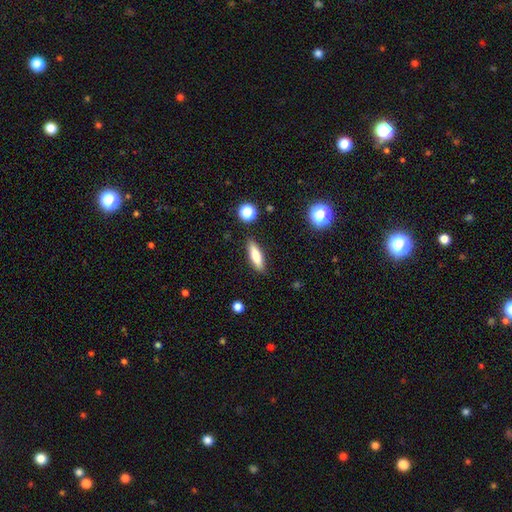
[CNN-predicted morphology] The model was most divided on "how rounded": cigar-shaped: 62%, in between: 36%, round: 2%. More confident: merging — none (87%); smooth or featured — smooth (75%).